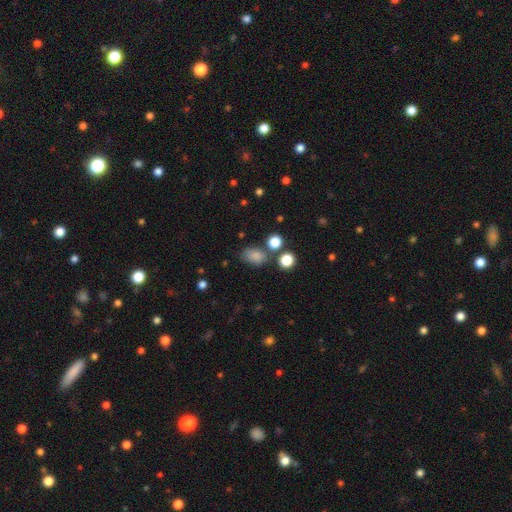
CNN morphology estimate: Smooth or featured?
  - smooth: 81% *
  - star or artifact: 13%
  - featured or disk: 6%
How rounded?
  - in between: 77% *
  - round: 22%
  - cigar-shaped: 2%
Merging?
  - none: 65% *
  - minor disturbance: 18%
  - merger: 10%
  - major disturbance: 6%